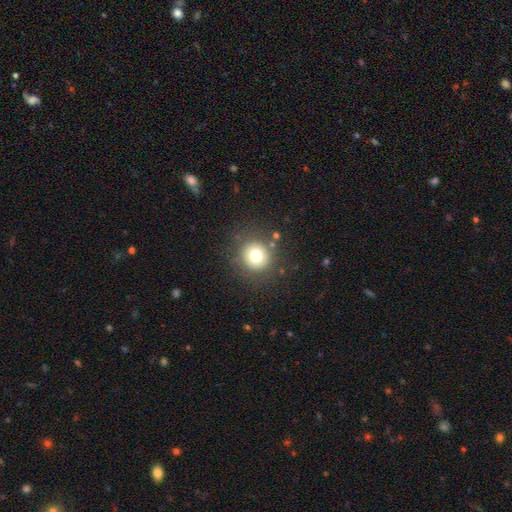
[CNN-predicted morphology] smooth-or-featured: smooth: 75% | star or artifact: 13% | featured or disk: 12%
  how-rounded: round: 93% | in between: 6% | cigar-shaped: 1%
  merging: none: 85% | minor disturbance: 8% | major disturbance: 4% | merger: 2%